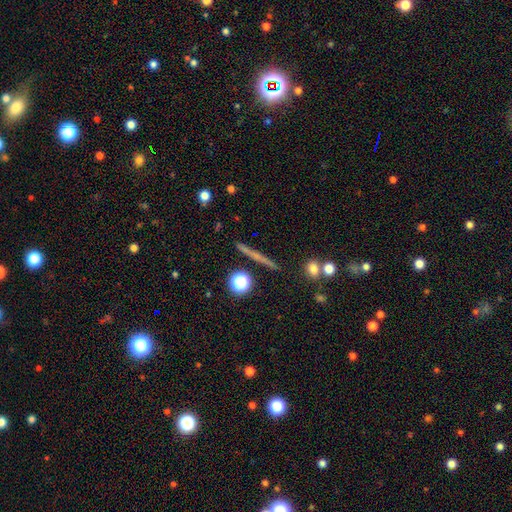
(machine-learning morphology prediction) The model was most divided on "smooth or featured": featured or disk: 46%, smooth: 40%, star or artifact: 14%. More confident: merging — none (89%).